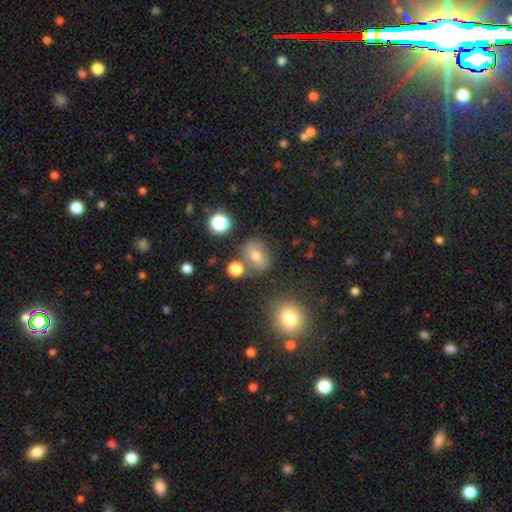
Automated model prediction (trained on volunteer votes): smooth_or_featured: smooth (p=0.64) [alt: featured or disk p=0.19]
how_rounded: round (p=0.55) [alt: in between p=0.44]
merging: none (p=0.69) [alt: minor disturbance p=0.15]